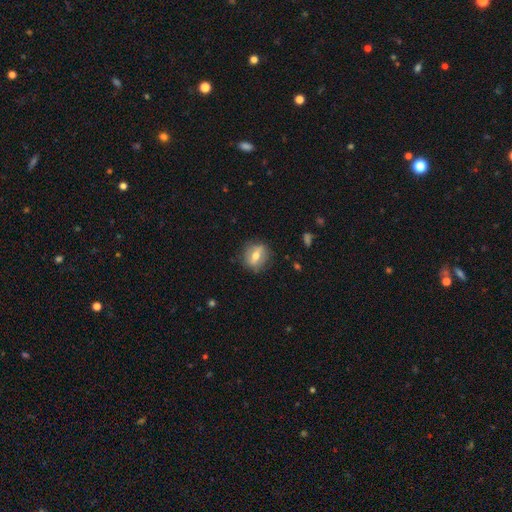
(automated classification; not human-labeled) smooth_or_featured: smooth (p=0.47) [alt: featured or disk p=0.44]
merging: none (p=0.81) [alt: minor disturbance p=0.14]